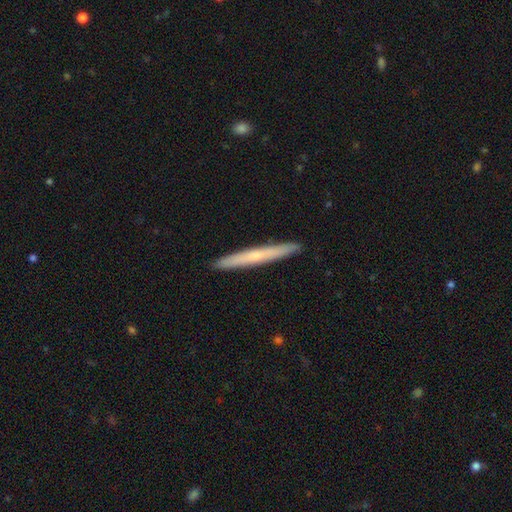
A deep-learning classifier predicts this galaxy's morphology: Overall: smooth (49%; featured or disk 45%). Merging: none (92%).